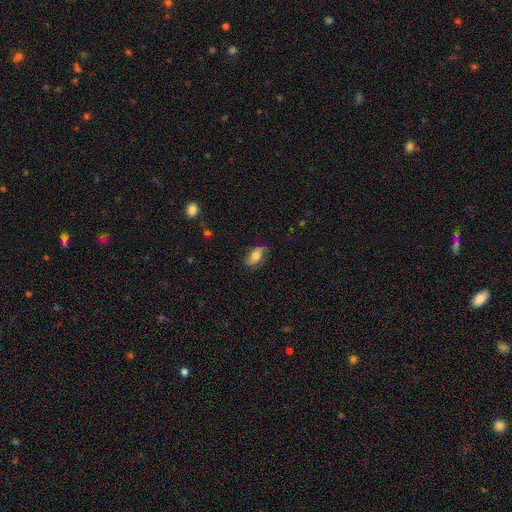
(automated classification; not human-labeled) Smooth or featured: smooth — 48% (featured or disk — 45%)
Merging: none — 76% (minor disturbance — 18%)